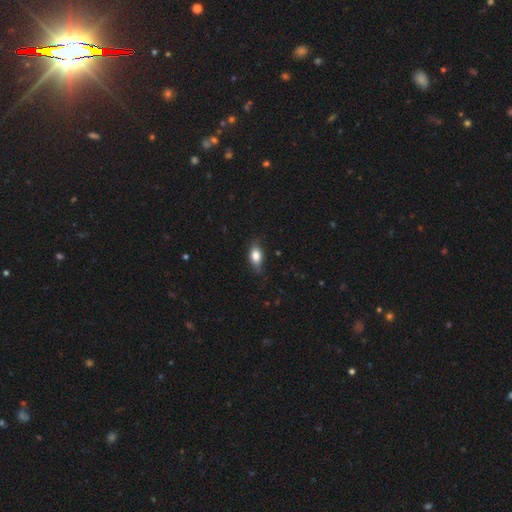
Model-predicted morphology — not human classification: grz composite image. It shows a smooth galaxy with no disk features (78%) that is in between round and cigar-shaped (83%). Merging: none (73%).